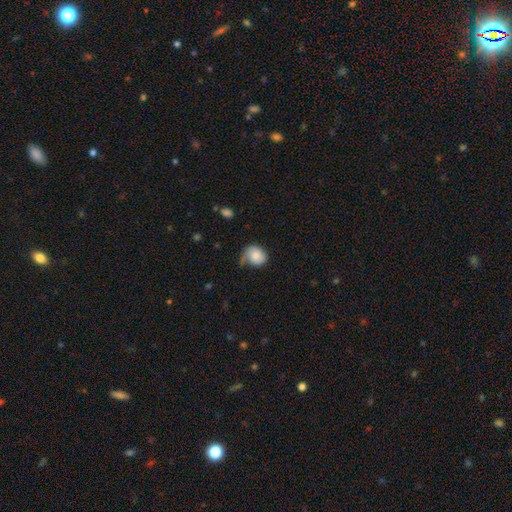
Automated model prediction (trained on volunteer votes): Smooth or featured? Predicted: smooth (p=0.64). How rounded? Predicted: round (p=0.57). Merging? Predicted: none (p=0.37).